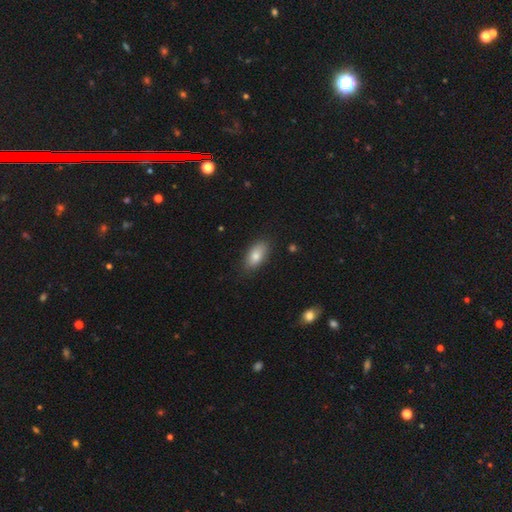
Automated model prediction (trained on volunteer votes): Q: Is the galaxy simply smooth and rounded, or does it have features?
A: smooth — 81%.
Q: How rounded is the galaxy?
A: in between — 90%.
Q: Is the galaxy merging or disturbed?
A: none — 84%.